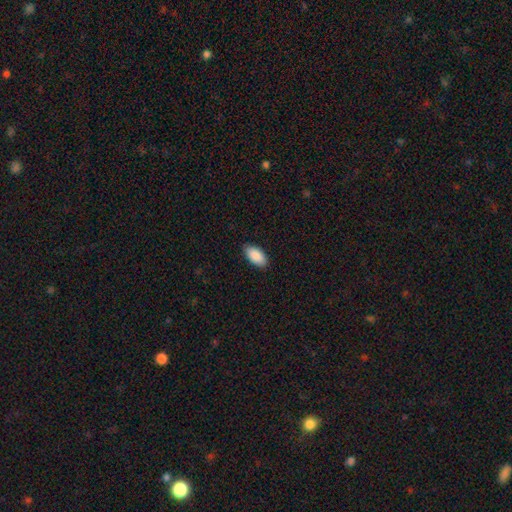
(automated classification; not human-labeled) Smooth or featured? Predicted: smooth (p=0.90). How rounded? Predicted: in between (p=0.95). Merging? Predicted: none (p=0.88).